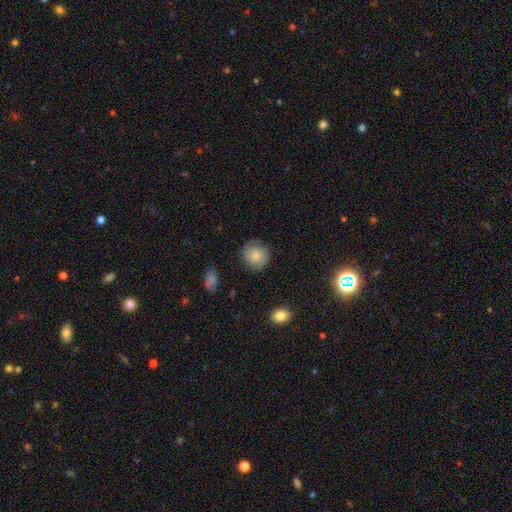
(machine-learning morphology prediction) This appears to be a smooth galaxy with no disk features (73%) that is round (88%). Merging: none (76%).